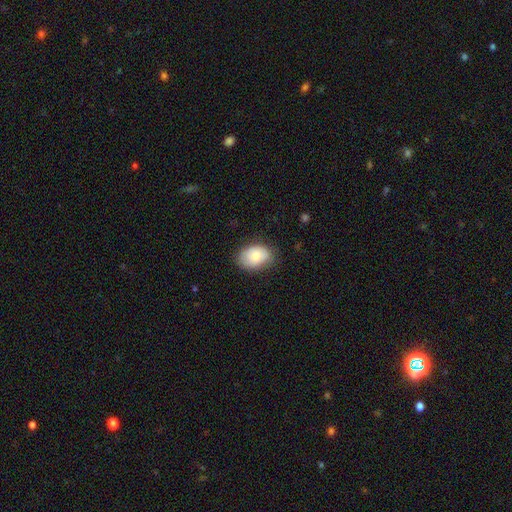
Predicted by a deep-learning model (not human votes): This appears to be a smooth galaxy with no disk features (78%) that is in between round and cigar-shaped (81%). Merging: none (75%).